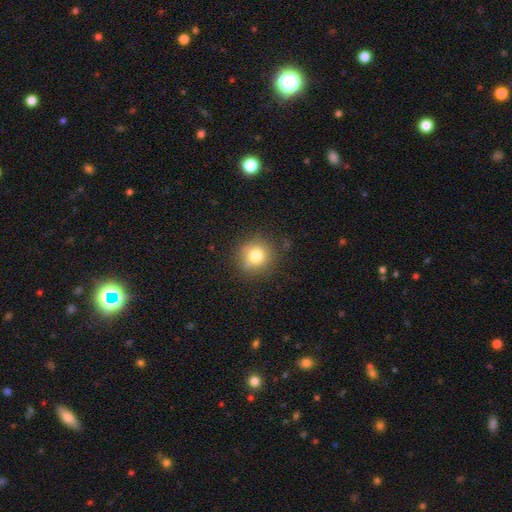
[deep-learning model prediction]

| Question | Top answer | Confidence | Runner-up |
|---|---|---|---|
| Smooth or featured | smooth | 76% | star or artifact (13%) |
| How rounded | round | 92% | in between (7%) |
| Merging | none | 79% | minor disturbance (15%) |